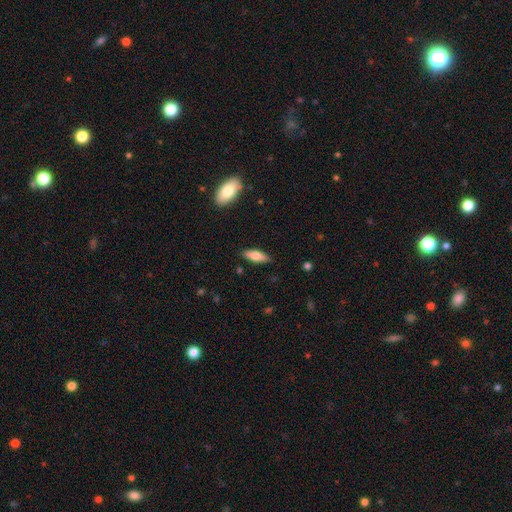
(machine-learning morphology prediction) The model was most divided on "how rounded": in between: 56%, cigar-shaped: 41%, round: 2%. More confident: merging — none (87%); smooth or featured — smooth (70%).